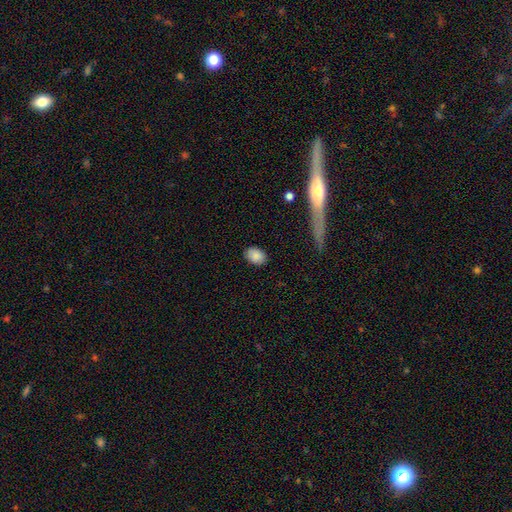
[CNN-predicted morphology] smooth_or_featured: smooth (p=0.87) [alt: star or artifact p=0.08]
how_rounded: in between (p=0.79) [alt: round p=0.20]
merging: none (p=0.84) [alt: minor disturbance p=0.12]